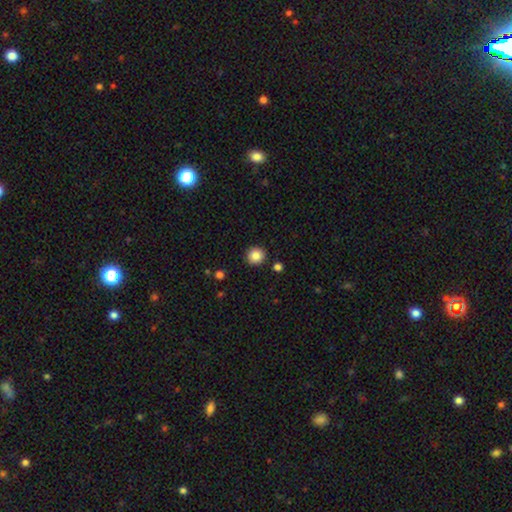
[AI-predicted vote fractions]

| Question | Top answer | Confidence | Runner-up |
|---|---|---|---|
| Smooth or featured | smooth | 85% | star or artifact (10%) |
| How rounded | round | 92% | in between (7%) |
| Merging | none | 91% | minor disturbance (5%) |